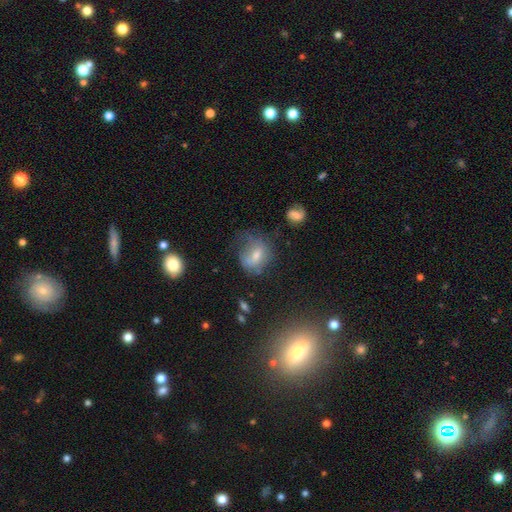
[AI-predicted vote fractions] Smooth or featured?
  - smooth: 58% *
  - featured or disk: 29%
  - star or artifact: 13%
How rounded?
  - in between: 52% *
  - round: 46%
  - cigar-shaped: 2%
Merging?
  - none: 38% *
  - major disturbance: 30%
  - minor disturbance: 27%
  - merger: 5%